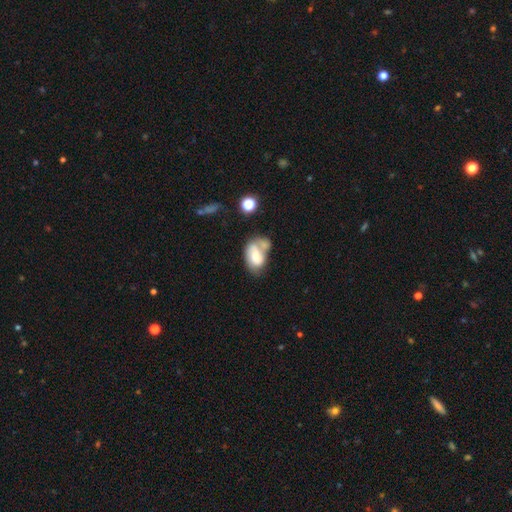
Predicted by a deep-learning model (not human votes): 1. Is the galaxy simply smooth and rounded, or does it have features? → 54% smooth, 37% featured or disk, 9% star or artifact.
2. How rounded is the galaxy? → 87% in between, 12% round, 2% cigar-shaped.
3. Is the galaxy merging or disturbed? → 38% merger, 23% none, 21% minor disturbance, 18% major disturbance.